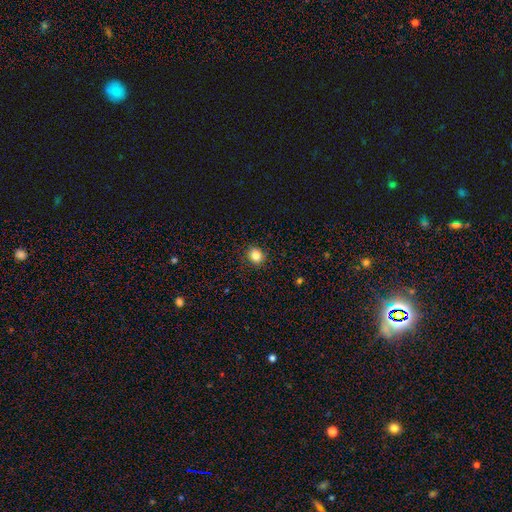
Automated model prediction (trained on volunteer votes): This appears to be a smooth galaxy with no disk features (84%) that is round (79%). Merging: none (89%).